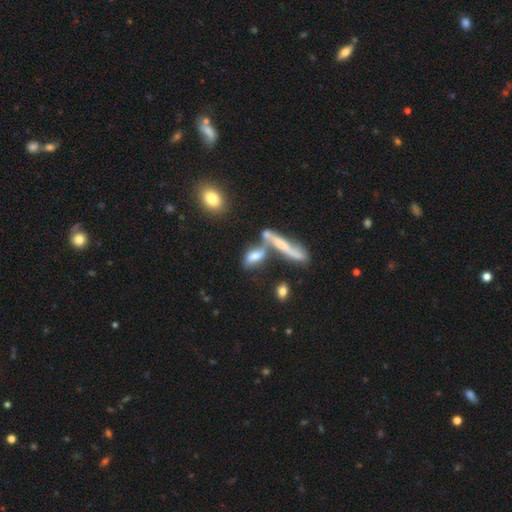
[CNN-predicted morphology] Smooth or featured: smooth — 65% (featured or disk — 24%)
How rounded: in between — 59% (cigar-shaped — 36%)
Merging: merger — 42% (none — 37%)